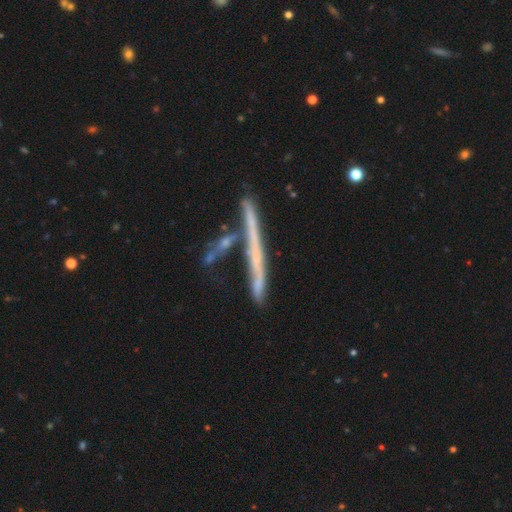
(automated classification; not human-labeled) Q: Smooth or featured?
A: featured or disk (60%); runner-up: smooth (31%)
Q: Edge-on disk?
A: yes (92%); runner-up: no (8%)
Q: Edge-on bulge?
A: none (85%); runner-up: rounded (11%)
Q: Merging?
A: none (60%); runner-up: merger (20%)